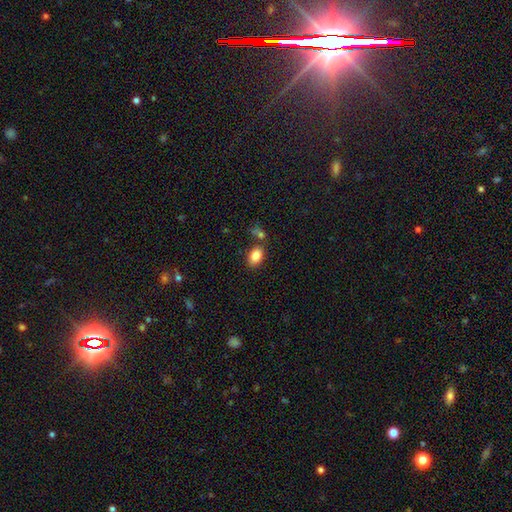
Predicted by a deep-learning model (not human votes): Smooth or featured? smooth (85%)
How rounded? in between (86%)
Merging? none (70%)